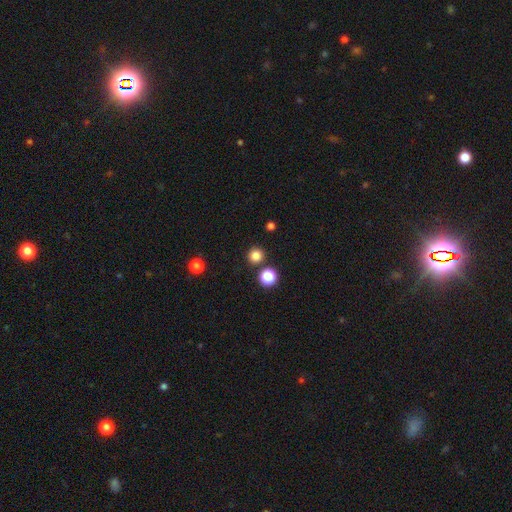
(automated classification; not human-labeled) smooth_or_featured: smooth (p=0.82) [alt: star or artifact p=0.15]
how_rounded: round (p=0.94) [alt: in between p=0.05]
merging: none (p=0.87) [alt: merger p=0.06]